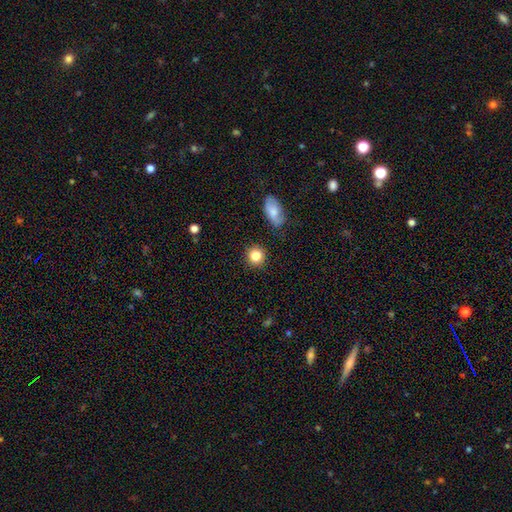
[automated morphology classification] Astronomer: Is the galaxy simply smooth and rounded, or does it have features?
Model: smooth — 84%.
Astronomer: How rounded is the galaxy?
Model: round — 89%.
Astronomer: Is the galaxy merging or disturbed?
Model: none — 88%.